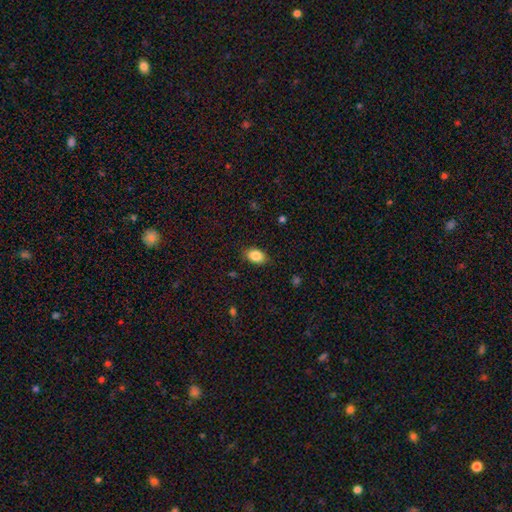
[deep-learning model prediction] Smooth or featured?
  - smooth: 86% *
  - star or artifact: 8%
  - featured or disk: 6%
How rounded?
  - in between: 86% *
  - round: 13%
  - cigar-shaped: 1%
Merging?
  - none: 84% *
  - minor disturbance: 12%
  - major disturbance: 3%
  - merger: 1%